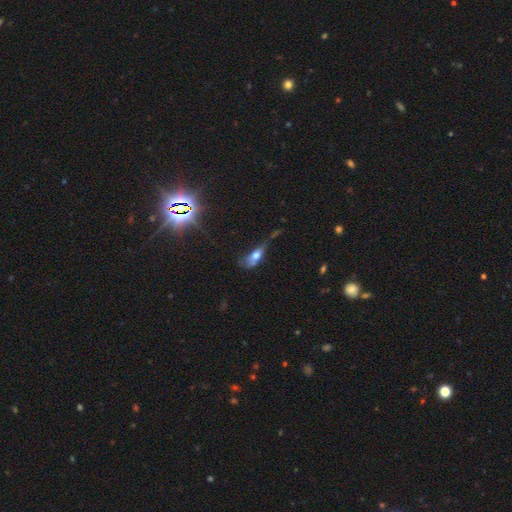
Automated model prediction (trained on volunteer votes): Smooth or featured?
  - smooth: 60% *
  - featured or disk: 28%
  - star or artifact: 12%
How rounded?
  - in between: 74% *
  - cigar-shaped: 21%
  - round: 5%
Merging?
  - major disturbance: 36% *
  - minor disturbance: 28%
  - none: 25%
  - merger: 11%